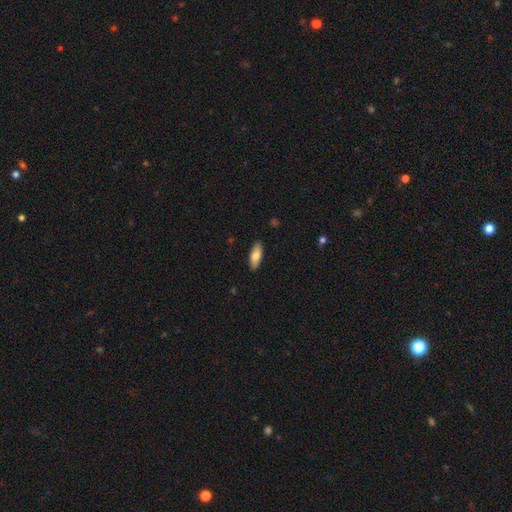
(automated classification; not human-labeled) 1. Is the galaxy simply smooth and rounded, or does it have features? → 78% smooth, 17% featured or disk, 6% star or artifact.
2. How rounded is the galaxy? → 76% in between, 22% cigar-shaped, 2% round.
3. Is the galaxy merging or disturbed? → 89% none, 8% minor disturbance, 2% major disturbance, 1% merger.